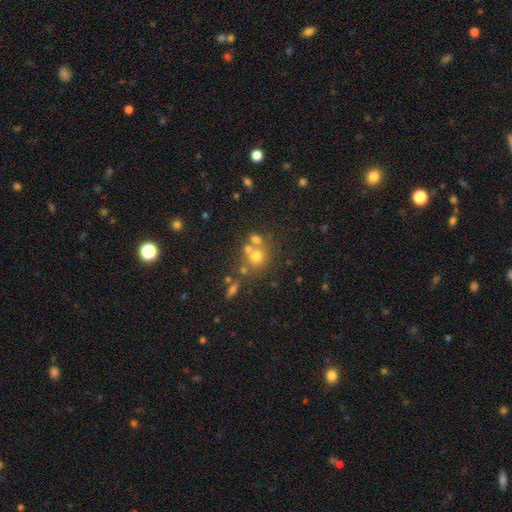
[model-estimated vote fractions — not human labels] Smooth or featured?
  - smooth: 64% *
  - featured or disk: 19%
  - star or artifact: 18%
How rounded?
  - round: 82% *
  - in between: 17%
  - cigar-shaped: 1%
Merging?
  - none: 49% *
  - merger: 35%
  - minor disturbance: 10%
  - major disturbance: 6%